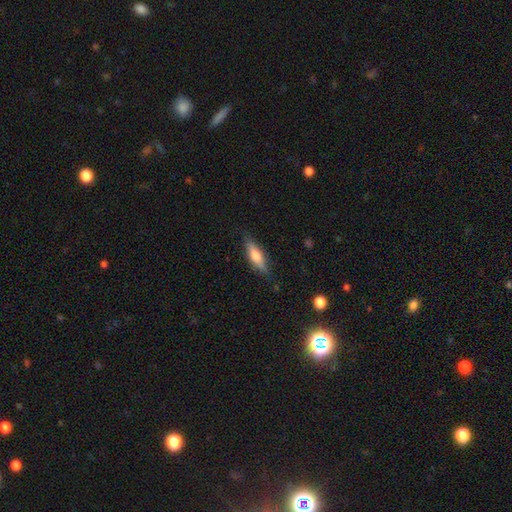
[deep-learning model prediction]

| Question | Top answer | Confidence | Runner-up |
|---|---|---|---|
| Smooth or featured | smooth | 66% | featured or disk (28%) |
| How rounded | cigar-shaped | 56% | in between (42%) |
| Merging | none | 81% | minor disturbance (15%) |